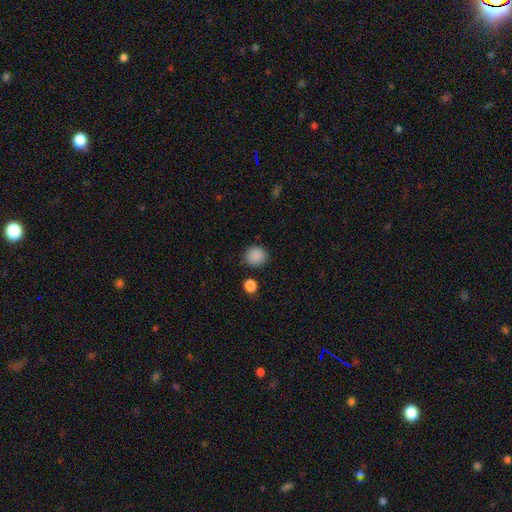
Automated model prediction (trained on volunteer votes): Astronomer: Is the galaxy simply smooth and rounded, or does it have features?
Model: smooth — 88%.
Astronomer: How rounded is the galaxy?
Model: round — 83%.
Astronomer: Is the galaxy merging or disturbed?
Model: none — 85%.